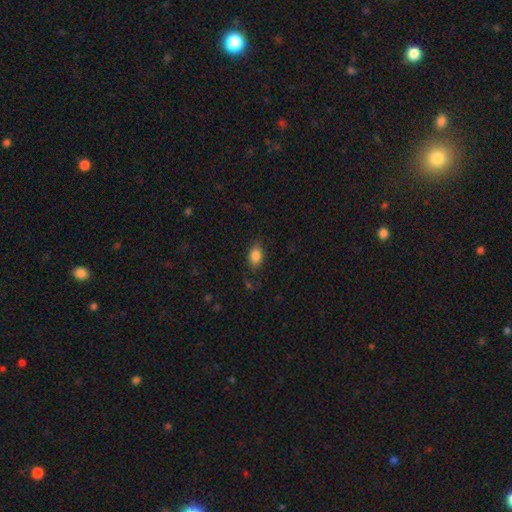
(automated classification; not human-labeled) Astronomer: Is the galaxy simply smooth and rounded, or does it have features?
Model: smooth — 85%.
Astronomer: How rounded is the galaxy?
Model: in between — 85%.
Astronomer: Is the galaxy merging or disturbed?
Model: none — 76%.